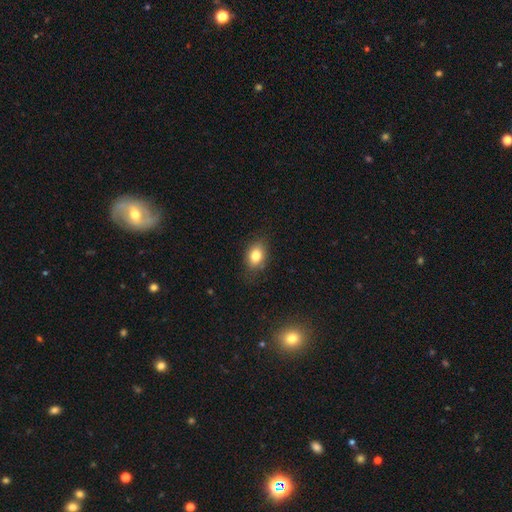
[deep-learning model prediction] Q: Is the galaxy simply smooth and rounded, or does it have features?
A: smooth — 80%.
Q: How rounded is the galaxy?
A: in between — 76%.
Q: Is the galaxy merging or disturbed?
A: none — 80%.